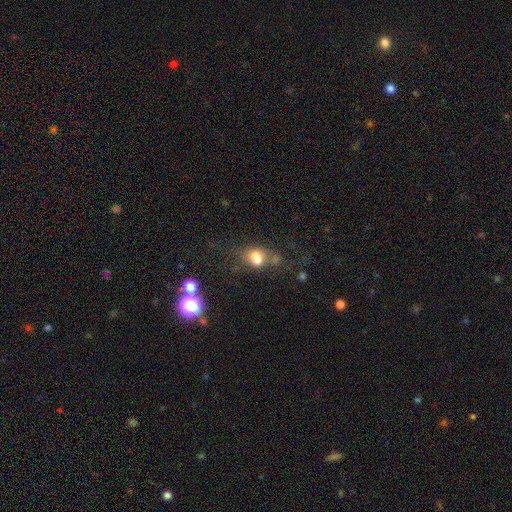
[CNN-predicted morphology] Q: Smooth or featured?
A: smooth (66%); runner-up: featured or disk (19%)
Q: How rounded?
A: in between (61%); runner-up: round (36%)
Q: Merging?
A: none (35%); runner-up: merger (33%)